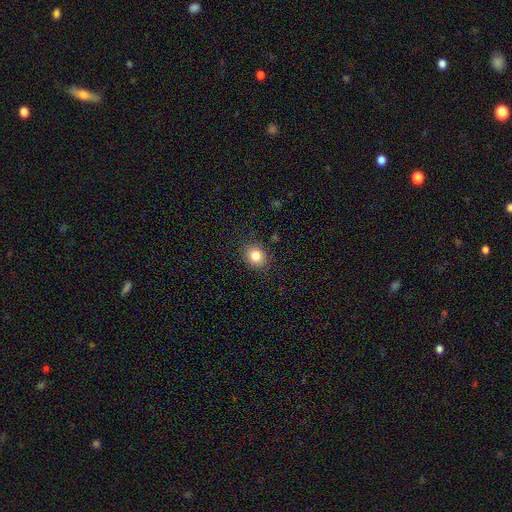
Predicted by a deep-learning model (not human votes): Smooth or featured: smooth — 83% (star or artifact — 11%)
How rounded: round — 68% (in between — 31%)
Merging: none — 86% (minor disturbance — 10%)